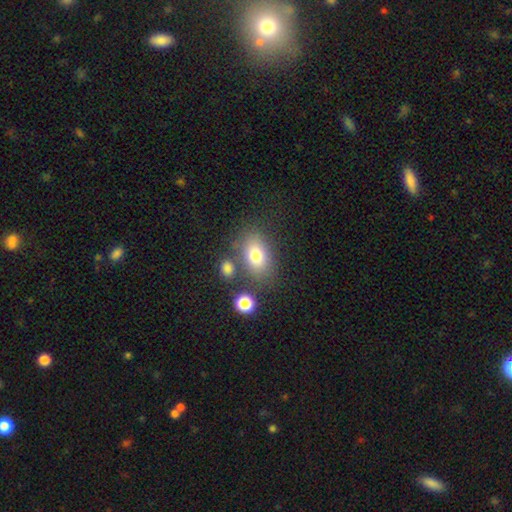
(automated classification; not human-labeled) smooth_or_featured: smooth (p=0.76) [alt: featured or disk p=0.13]
how_rounded: in between (p=0.79) [alt: round p=0.19]
merging: none (p=0.71) [alt: minor disturbance p=0.13]